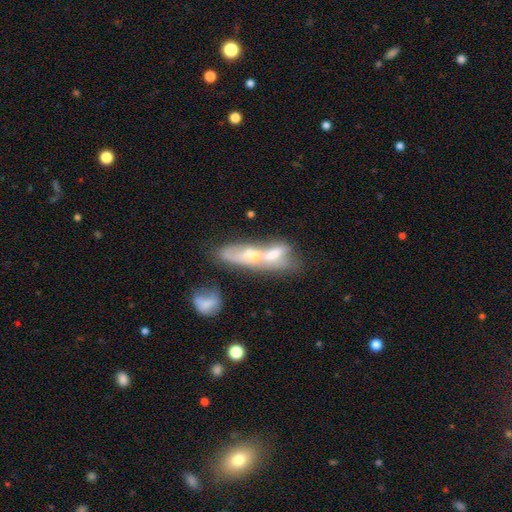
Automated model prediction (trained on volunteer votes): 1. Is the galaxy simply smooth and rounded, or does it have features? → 54% featured or disk, 36% smooth, 10% star or artifact.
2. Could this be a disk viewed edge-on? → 69% no, 31% yes.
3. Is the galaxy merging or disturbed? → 63% merger, 17% none, 10% major disturbance, 9% minor disturbance.